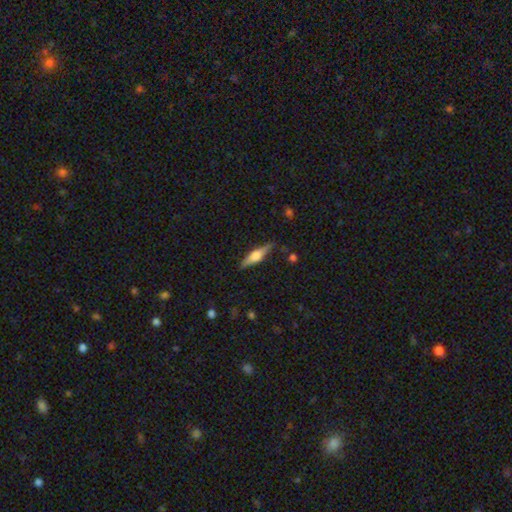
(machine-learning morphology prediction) featured or disk 61%, smooth 32%, star or artifact 7%. Down the decision tree: edge-on disk — yes (95%); edge-on bulge — rounded (83%); merging — none (84%).